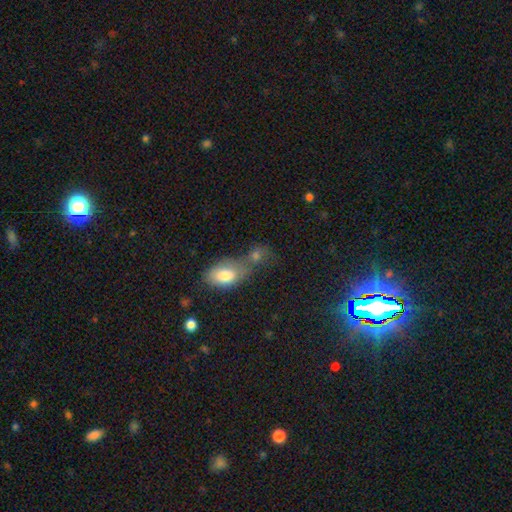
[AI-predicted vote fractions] A smooth galaxy with no disk features (58%) that is in between round and cigar-shaped (74%).

Vote fractions:
- Smooth or featured? smooth: 58% / star or artifact: 29% / featured or disk: 14%
- How rounded? in between: 74% / round: 23% / cigar-shaped: 3%
- Merging? none: 44% / merger: 35% / minor disturbance: 14% / major disturbance: 6%